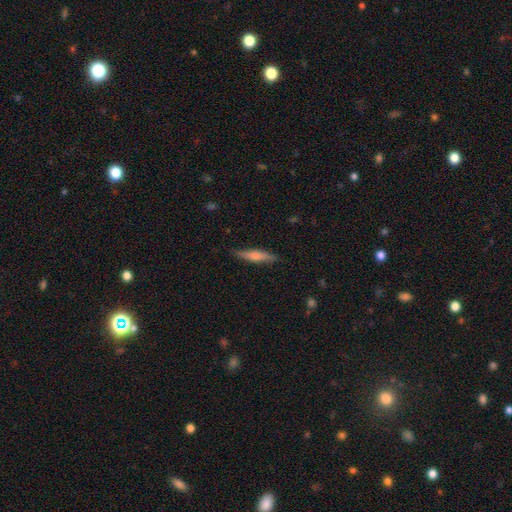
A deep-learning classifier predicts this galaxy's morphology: A smooth galaxy with no disk features (58%) that is cigar-shaped (86%). Merging: none (84%).